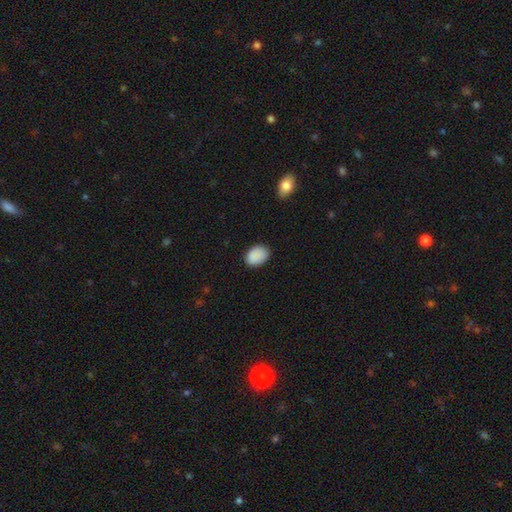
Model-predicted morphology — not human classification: This appears to be a smooth galaxy with no disk features (89%) that is in between round and cigar-shaped (76%). Merging: none (83%).